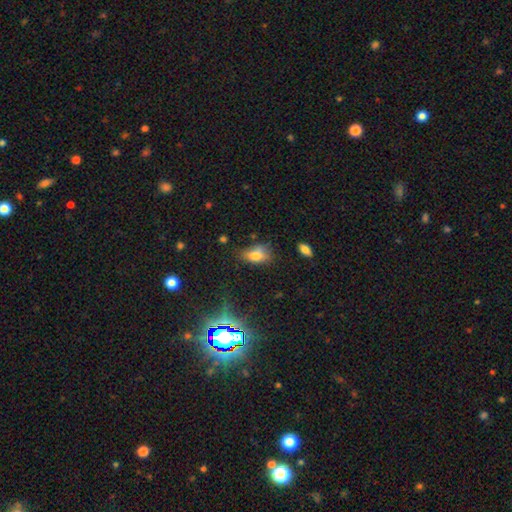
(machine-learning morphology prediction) This is likely a smooth galaxy (74%). How rounded: clearly in between (85%). Merging: possibly none (55%).